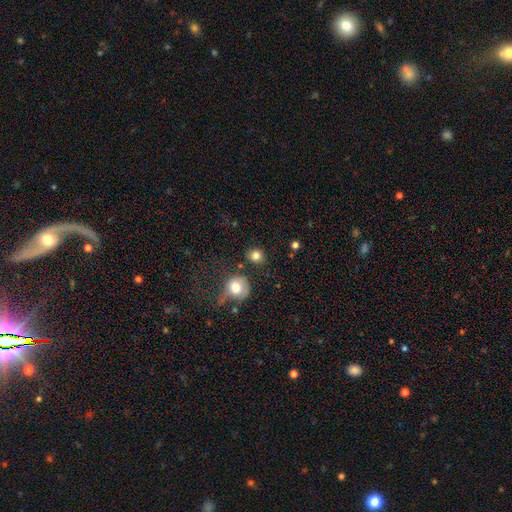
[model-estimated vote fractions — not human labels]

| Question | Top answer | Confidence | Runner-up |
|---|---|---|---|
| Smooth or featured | smooth | 82% | star or artifact (11%) |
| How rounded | round | 86% | in between (13%) |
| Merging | none | 80% | minor disturbance (10%) |